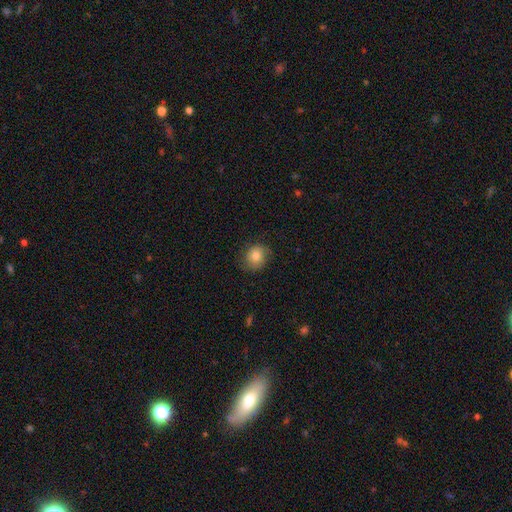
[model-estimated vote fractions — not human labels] The model was most divided on "how rounded": round: 72%, in between: 27%, cigar-shaped: 1%. More confident: smooth or featured — smooth (79%); merging — none (75%).